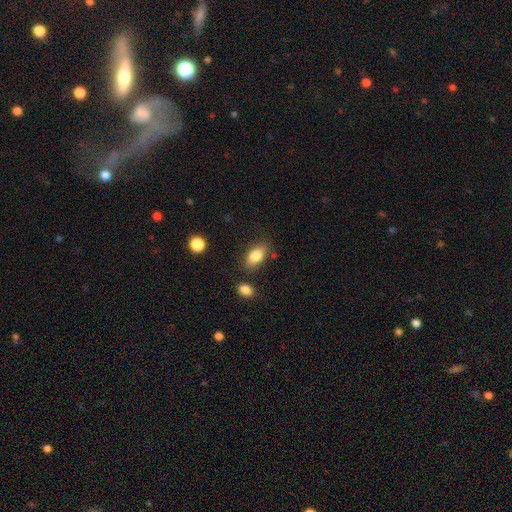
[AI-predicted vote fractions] Overall: smooth (84%). How rounded: in between (89%). Merging: none (76%).